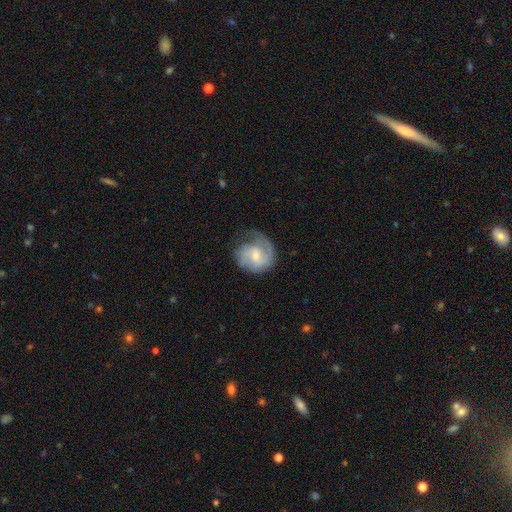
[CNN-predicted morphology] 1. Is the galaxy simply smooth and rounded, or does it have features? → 65% featured or disk, 30% smooth, 6% star or artifact.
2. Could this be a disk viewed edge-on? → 98% no, 2% yes.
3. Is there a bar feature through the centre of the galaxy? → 50% weak, 41% no, 9% strong.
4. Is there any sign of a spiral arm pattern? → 89% yes, 11% no.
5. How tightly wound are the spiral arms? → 42% medium, 33% tight, 24% loose.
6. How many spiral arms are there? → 40% 2, 32% 1, 18% can't tell, 6% 3, 2% 4, 2% more than 4.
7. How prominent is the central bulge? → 47% small, 43% moderate, 5% none, 3% large, 1% dominant.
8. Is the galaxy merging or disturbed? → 50% none, 28% minor disturbance, 21% major disturbance, 2% merger.